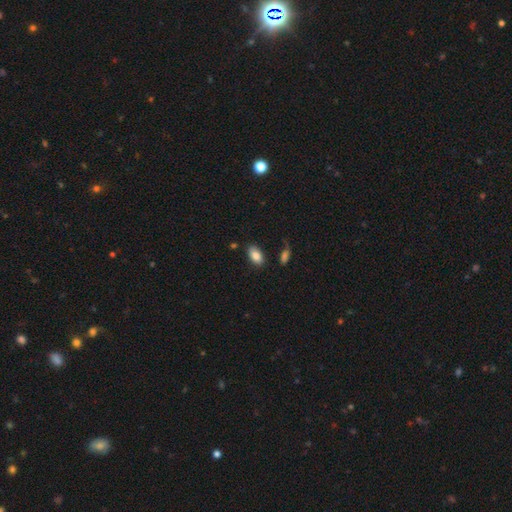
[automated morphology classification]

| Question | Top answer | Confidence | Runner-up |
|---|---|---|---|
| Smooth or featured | smooth | 84% | featured or disk (8%) |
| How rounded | in between | 93% | round (4%) |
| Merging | none | 80% | minor disturbance (13%) |